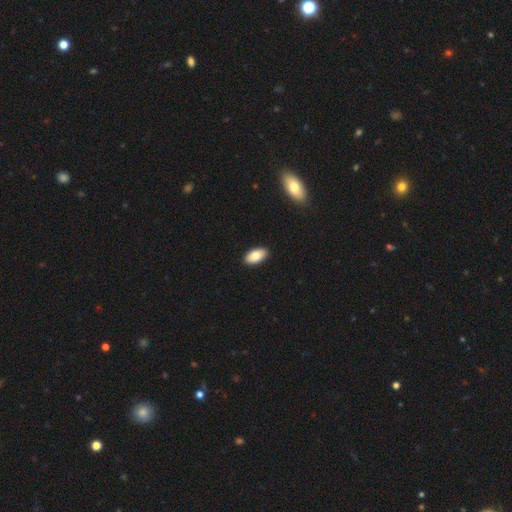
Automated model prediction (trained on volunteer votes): Morphology: type=smooth (81%); roundness=in between (95%); merging=none (90%).